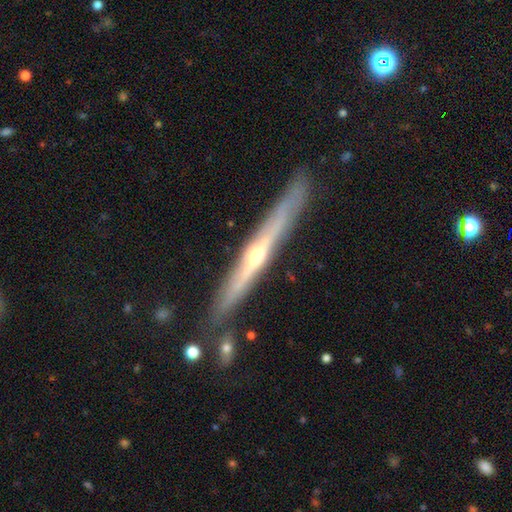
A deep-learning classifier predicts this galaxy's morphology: Overall: featured or disk (74%). Edge-on disk: yes (95%). Edge-on bulge: rounded (76%). Merging: none (86%).